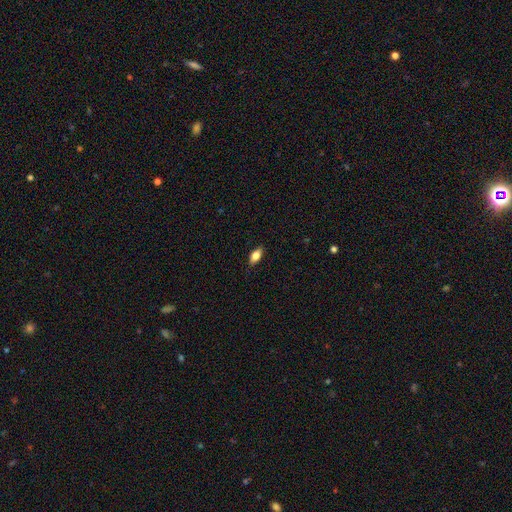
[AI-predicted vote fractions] Q: Smooth or featured?
A: smooth (76%); runner-up: featured or disk (16%)
Q: How rounded?
A: in between (86%); runner-up: cigar-shaped (11%)
Q: Merging?
A: none (87%); runner-up: minor disturbance (10%)